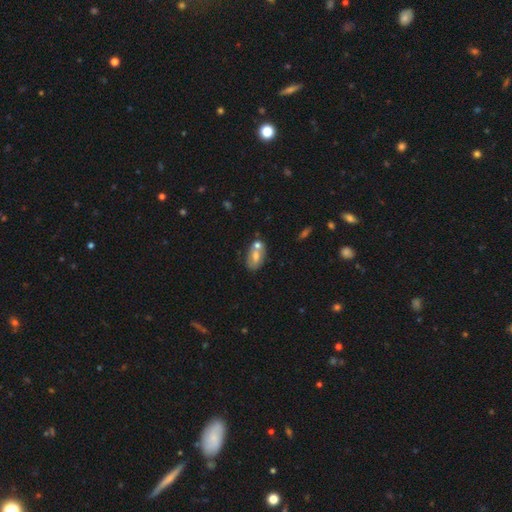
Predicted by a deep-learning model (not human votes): This appears to be a smooth galaxy with no disk features (58%) that is in between round and cigar-shaped (88%). Merging: none (43%).